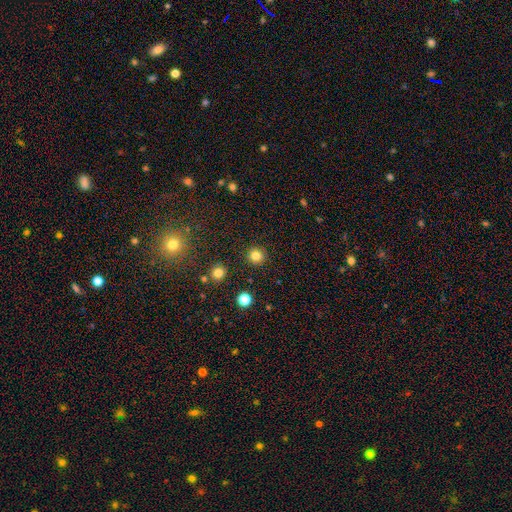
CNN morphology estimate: smooth_or_featured: smooth (p=0.82) [alt: star or artifact p=0.13]
how_rounded: round (p=0.94) [alt: in between p=0.05]
merging: none (p=0.92) [alt: minor disturbance p=0.05]